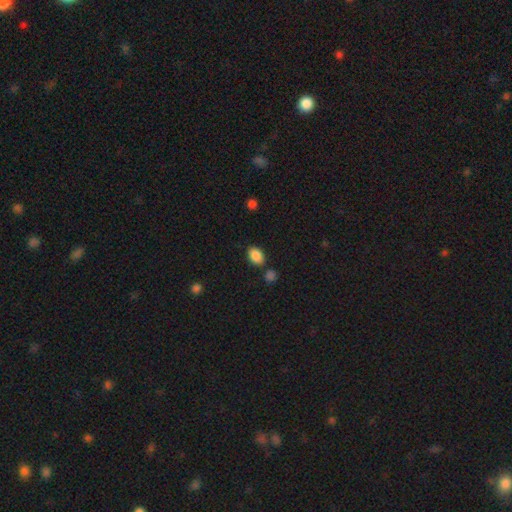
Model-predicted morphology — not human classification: smooth 88%, star or artifact 8%, featured or disk 4%. Down the decision tree: how rounded — in between (76%); merging — none (78%).